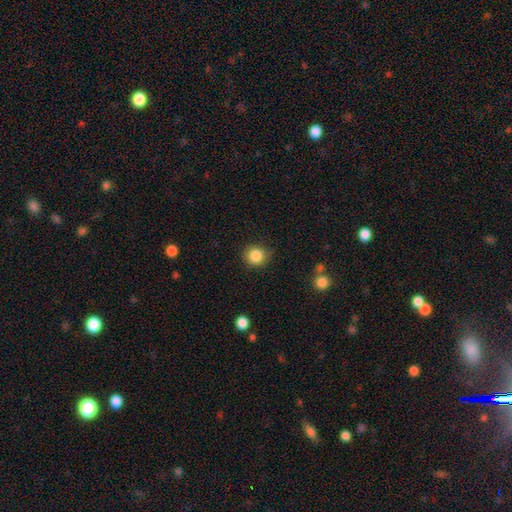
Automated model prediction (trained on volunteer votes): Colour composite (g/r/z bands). It shows a smooth galaxy with no disk features (86%) that is round (90%). Merging: none (85%).